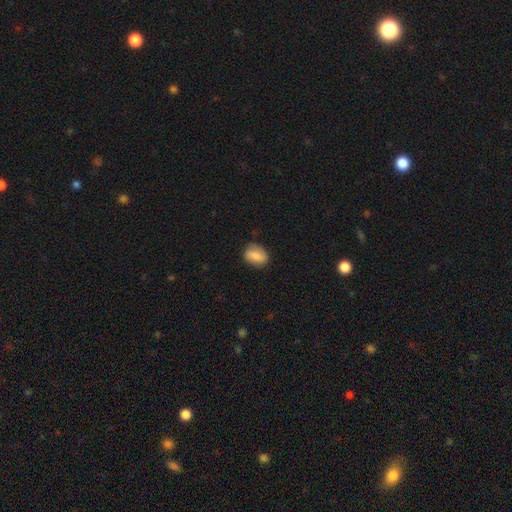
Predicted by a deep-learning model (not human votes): Overall: smooth (77%). How rounded: in between (75%). Merging: none (78%).